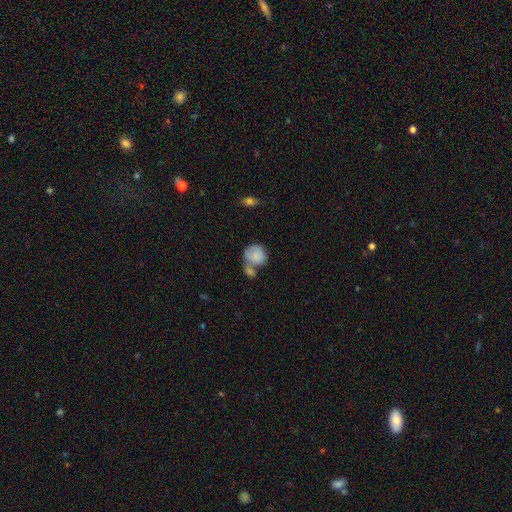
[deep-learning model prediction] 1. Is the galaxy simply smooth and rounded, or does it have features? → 78% smooth, 16% featured or disk, 7% star or artifact.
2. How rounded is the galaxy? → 76% round, 23% in between, 1% cigar-shaped.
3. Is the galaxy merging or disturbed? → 46% merger, 31% none, 15% minor disturbance, 8% major disturbance.